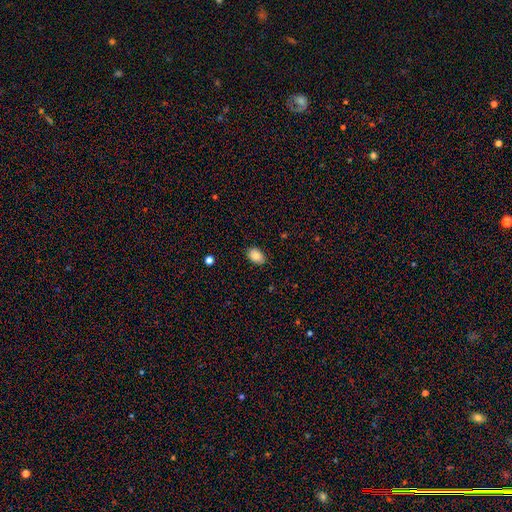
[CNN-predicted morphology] This appears to be a smooth galaxy with no disk features (85%) that is in between round and cigar-shaped (82%). Merging: none (85%).